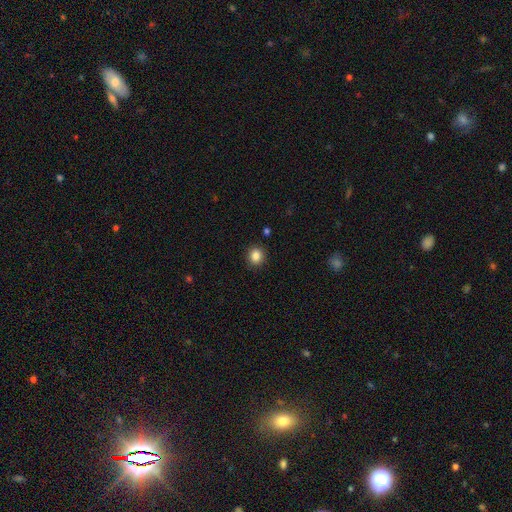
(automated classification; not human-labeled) smooth_or_featured: smooth (p=0.85) [alt: star or artifact p=0.10]
how_rounded: round (p=0.79) [alt: in between p=0.20]
merging: none (p=0.90) [alt: minor disturbance p=0.06]